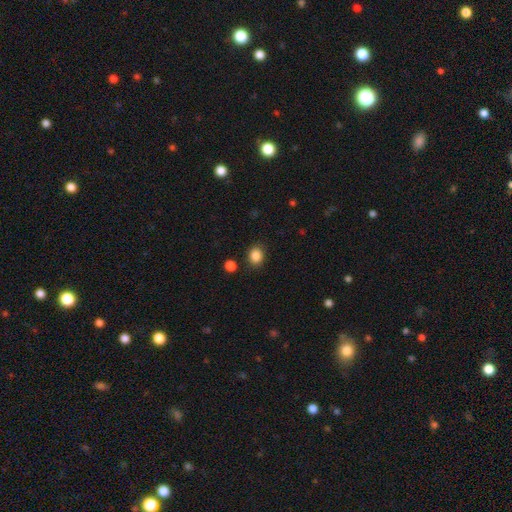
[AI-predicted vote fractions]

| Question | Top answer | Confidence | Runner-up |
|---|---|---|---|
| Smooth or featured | smooth | 86% | star or artifact (10%) |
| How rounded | round | 61% | in between (38%) |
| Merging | none | 85% | minor disturbance (9%) |